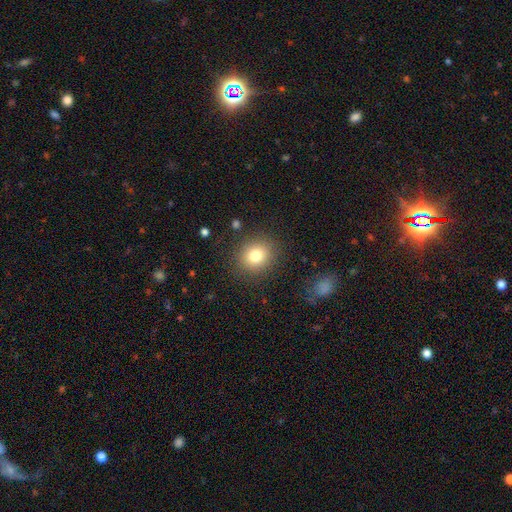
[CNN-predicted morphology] This is likely a smooth galaxy (79%). How rounded: likely round (77%). Merging: clearly none (86%).